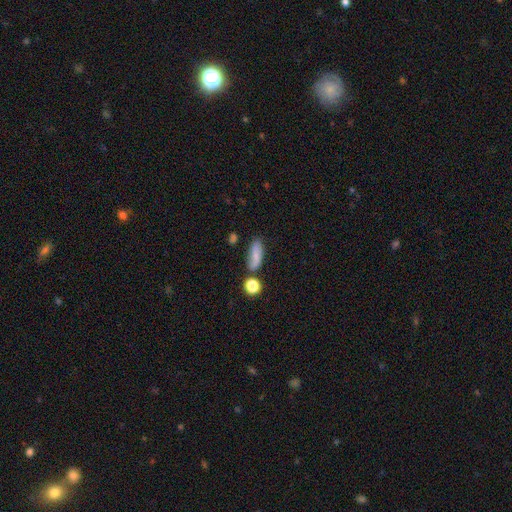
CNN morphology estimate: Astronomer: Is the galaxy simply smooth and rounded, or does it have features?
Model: smooth — 63%.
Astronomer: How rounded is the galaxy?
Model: in between — 71%.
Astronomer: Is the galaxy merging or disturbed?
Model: none — 67%.